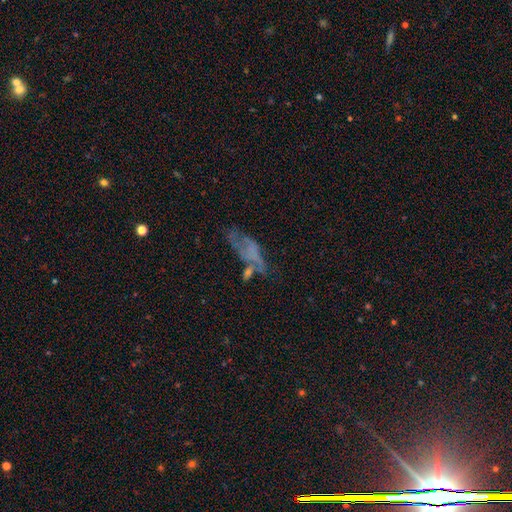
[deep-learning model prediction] This is possibly a featured or disk galaxy (48%). Merging: marginally major disturbance (32%, tied with none).